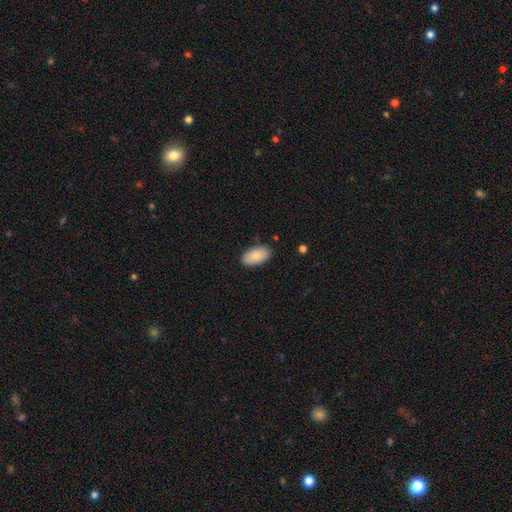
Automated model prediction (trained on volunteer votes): Overall: smooth (86%). How rounded: in between (95%). Merging: none (86%).